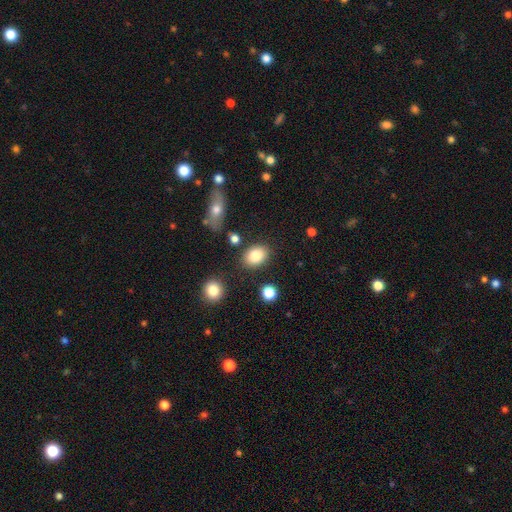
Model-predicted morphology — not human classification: smooth 84%, star or artifact 8%, featured or disk 8%. Down the decision tree: how rounded — in between (73%); merging — none (81%).